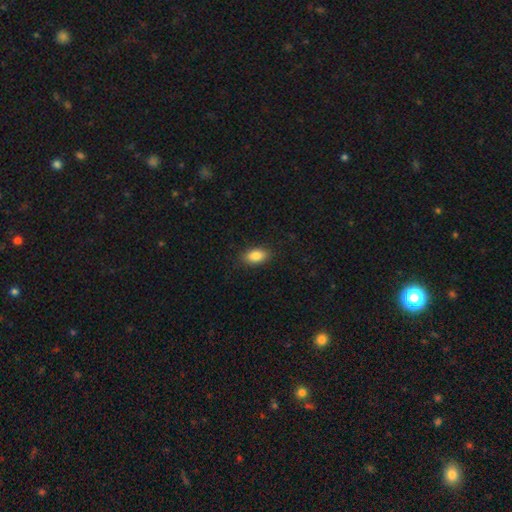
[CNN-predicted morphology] type=smooth (87%); roundness=in between (91%); merging=none (87%).